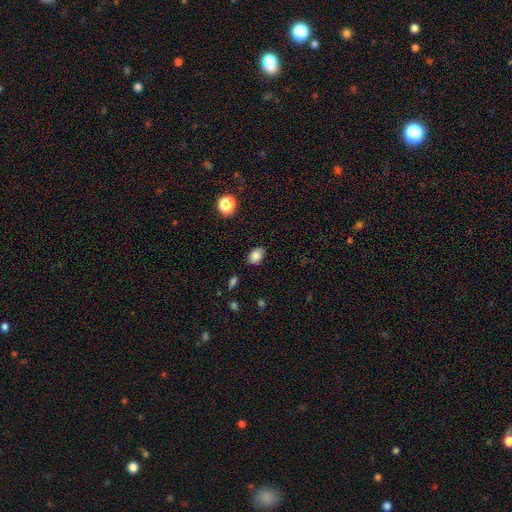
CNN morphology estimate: Smooth or featured: smooth — 86% (star or artifact — 9%)
How rounded: in between — 76% (round — 23%)
Merging: none — 81% (minor disturbance — 15%)